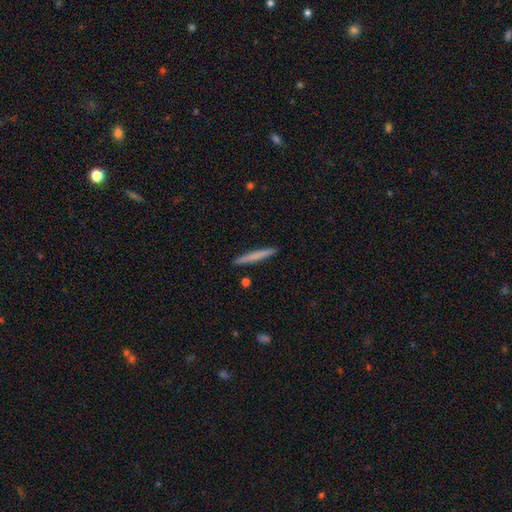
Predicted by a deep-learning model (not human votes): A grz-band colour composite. It shows a smooth galaxy with no disk features (70%) that is cigar-shaped (96%). Merging: none (92%).